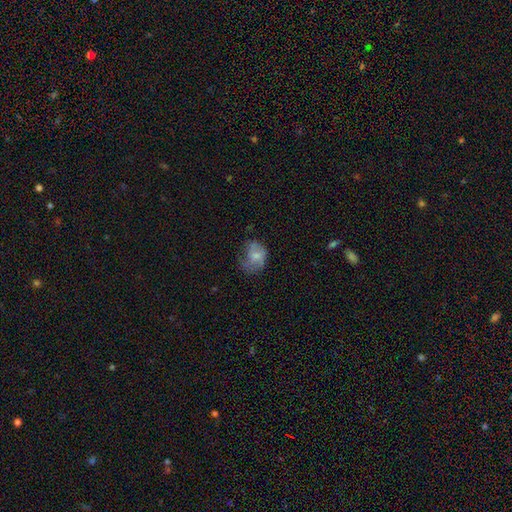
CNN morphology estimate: Smooth or featured: smooth — 60% (featured or disk — 32%)
How rounded: in between — 55% (round — 44%)
Merging: none — 35% (minor disturbance — 32%)